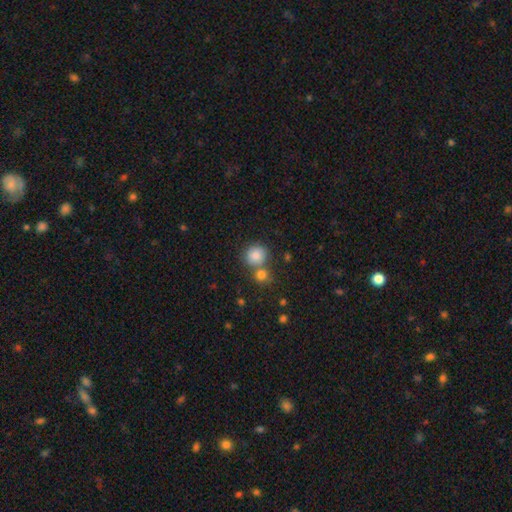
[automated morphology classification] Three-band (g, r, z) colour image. It shows a smooth galaxy with no disk features (84%) that is round (85%). Merging: none (60%).